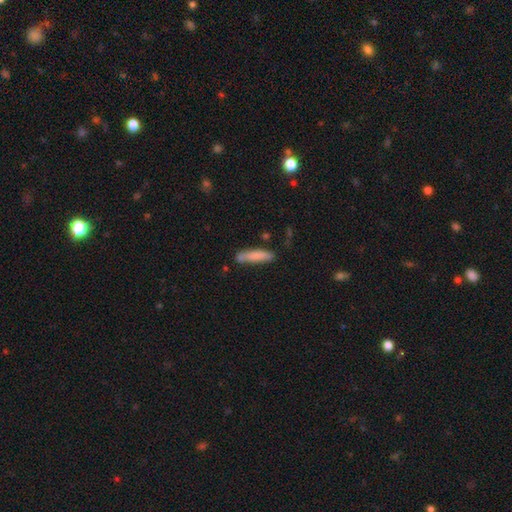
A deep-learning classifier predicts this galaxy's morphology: Overall: smooth (80%). How rounded: cigar-shaped (77%). Merging: none (68%).